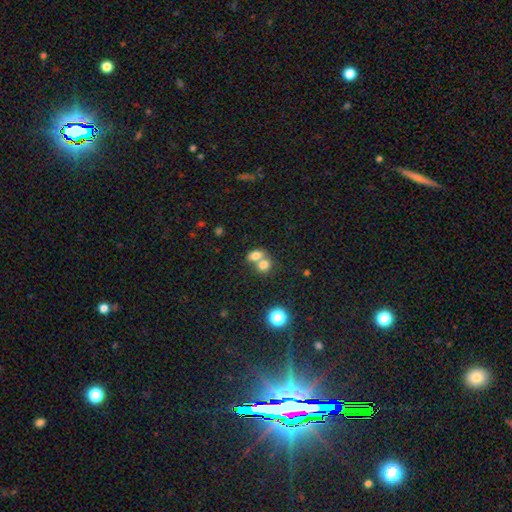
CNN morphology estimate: Smooth or featured?
  - smooth: 75% *
  - featured or disk: 13%
  - star or artifact: 12%
How rounded?
  - in between: 61% *
  - round: 37%
  - cigar-shaped: 2%
Merging?
  - merger: 64% *
  - none: 26%
  - minor disturbance: 6%
  - major disturbance: 3%